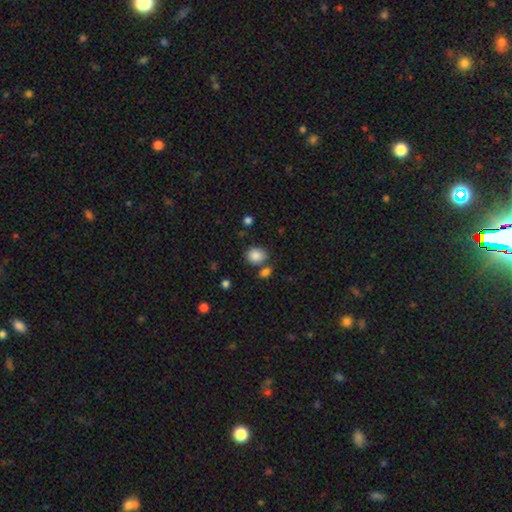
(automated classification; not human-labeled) Smooth or featured: smooth — 87% (star or artifact — 9%)
How rounded: round — 56% (in between — 43%)
Merging: none — 68% (merger — 15%)